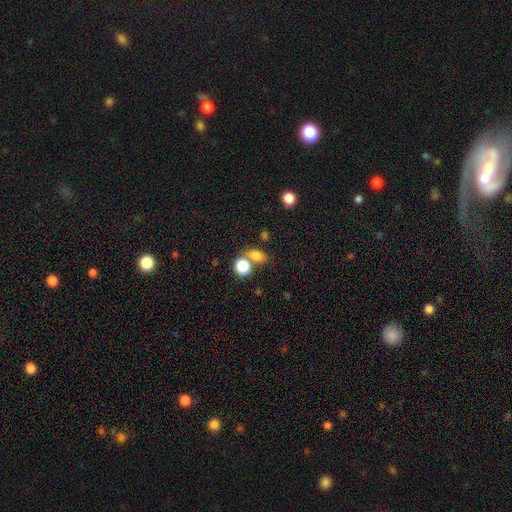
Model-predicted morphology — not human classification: Smooth or featured?
  - smooth: 81% *
  - star or artifact: 12%
  - featured or disk: 7%
How rounded?
  - in between: 67% *
  - round: 31%
  - cigar-shaped: 3%
Merging?
  - none: 51% *
  - merger: 35%
  - minor disturbance: 10%
  - major disturbance: 4%